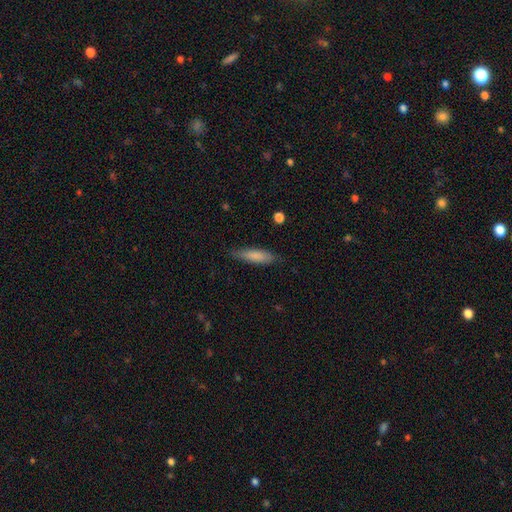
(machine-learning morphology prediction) smooth_or_featured: smooth (p=0.80) [alt: featured or disk p=0.13]
how_rounded: cigar-shaped (p=0.70) [alt: in between p=0.28]
merging: none (p=0.81) [alt: minor disturbance p=0.15]